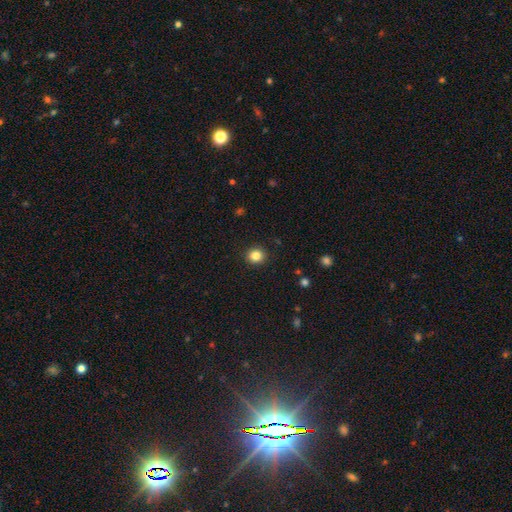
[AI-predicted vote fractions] Overall: smooth (84%). How rounded: round (88%). Merging: none (92%).